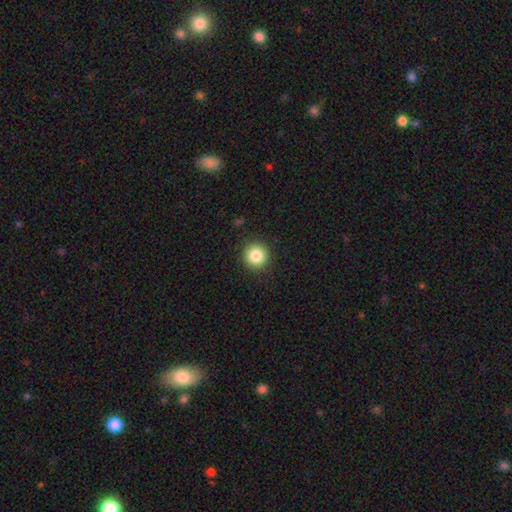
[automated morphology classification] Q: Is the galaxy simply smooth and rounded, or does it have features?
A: smooth — 84%.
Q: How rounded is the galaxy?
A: round — 94%.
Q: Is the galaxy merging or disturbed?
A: none — 91%.